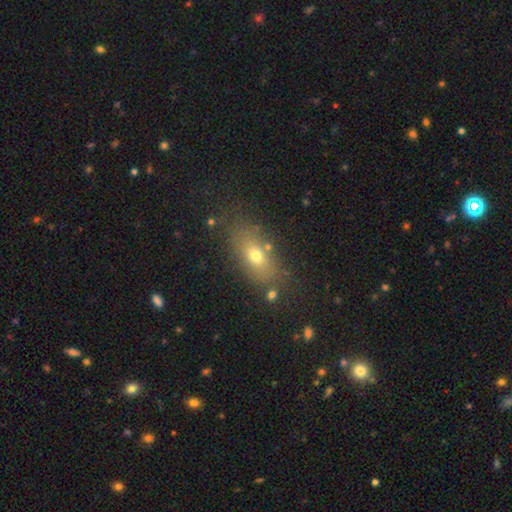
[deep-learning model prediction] Smooth or featured?
  - smooth: 67% *
  - featured or disk: 20%
  - star or artifact: 13%
How rounded?
  - in between: 78% *
  - round: 12%
  - cigar-shaped: 11%
Merging?
  - none: 76% *
  - minor disturbance: 13%
  - major disturbance: 6%
  - merger: 5%